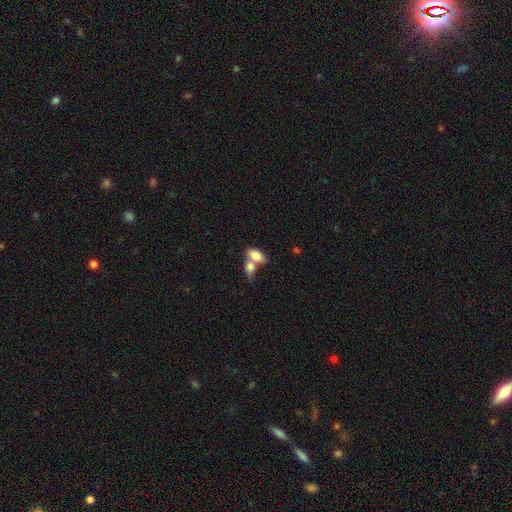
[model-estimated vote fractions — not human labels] smooth_or_featured: smooth (p=0.80) [alt: featured or disk p=0.14]
how_rounded: in between (p=0.90) [alt: round p=0.05]
merging: merger (p=0.59) [alt: none p=0.29]